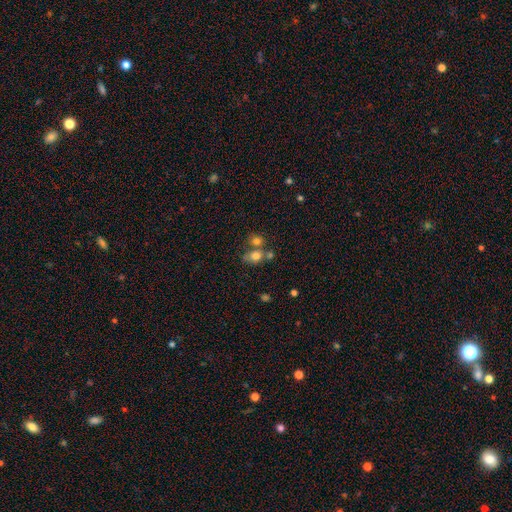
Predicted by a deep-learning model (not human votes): Q: Smooth or featured?
A: smooth (75%); runner-up: featured or disk (13%)
Q: How rounded?
A: in between (53%); runner-up: round (45%)
Q: Merging?
A: merger (40%); tied with: none (40%)